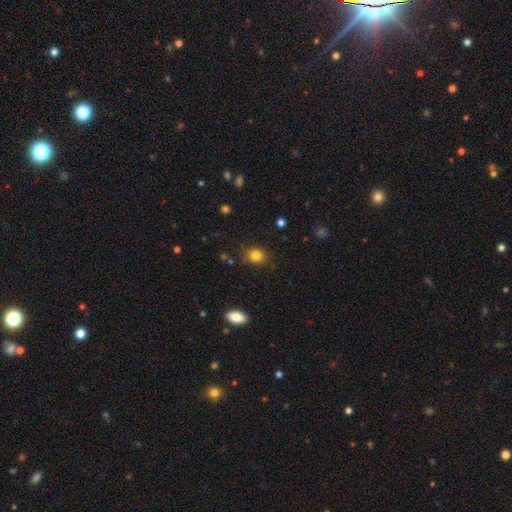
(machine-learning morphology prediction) Smooth or featured? Predicted: smooth (p=0.83). How rounded? Predicted: round (p=0.65). Merging? Predicted: none (p=0.83).